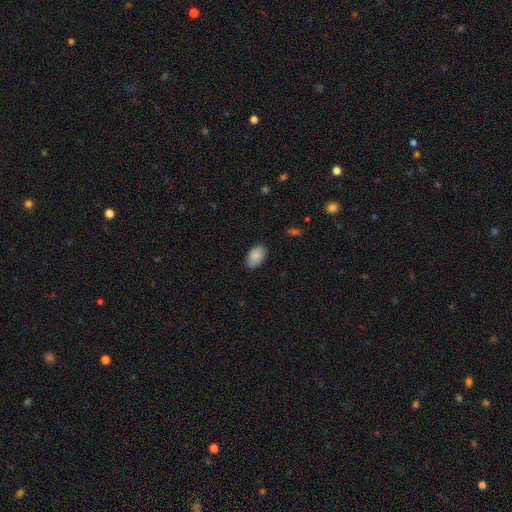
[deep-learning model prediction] smooth-or-featured: smooth: 89% | star or artifact: 6% | featured or disk: 5%
  how-rounded: in between: 93% | round: 5% | cigar-shaped: 1%
  merging: none: 82% | minor disturbance: 14% | major disturbance: 3% | merger: 1%